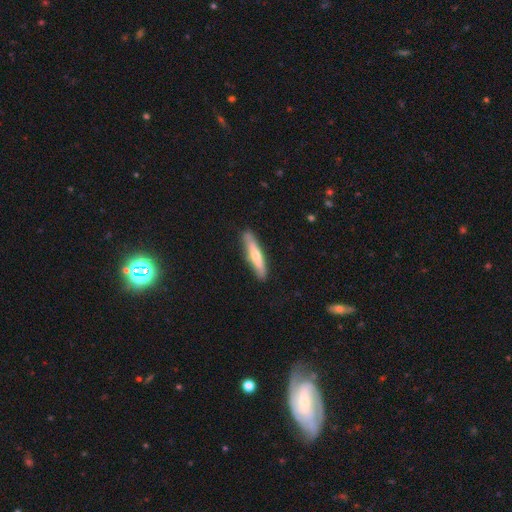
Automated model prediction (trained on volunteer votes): A smooth galaxy with no disk features (53%) that is cigar-shaped (89%).

Vote fractions:
- Smooth or featured? smooth: 53% / featured or disk: 42% / star or artifact: 5%
- How rounded? cigar-shaped: 89% / in between: 9% / round: 1%
- Merging? none: 89% / minor disturbance: 8% / major disturbance: 2% / merger: 1%